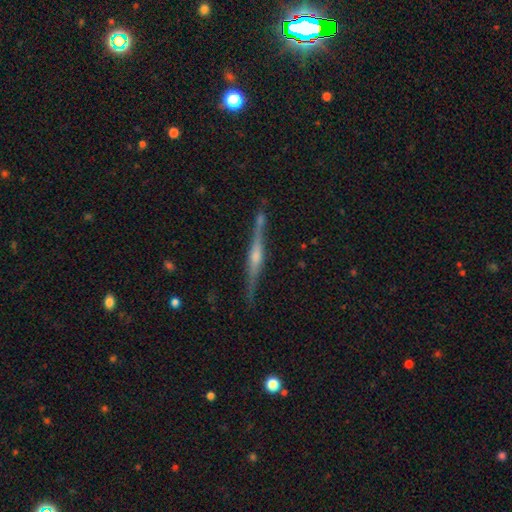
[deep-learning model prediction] Smooth or featured: featured or disk — 82% (smooth — 12%)
Edge-on disk: yes — 98% (no — 2%)
Edge-on bulge: rounded — 78% (boxy — 14%)
Merging: none — 86% (minor disturbance — 10%)